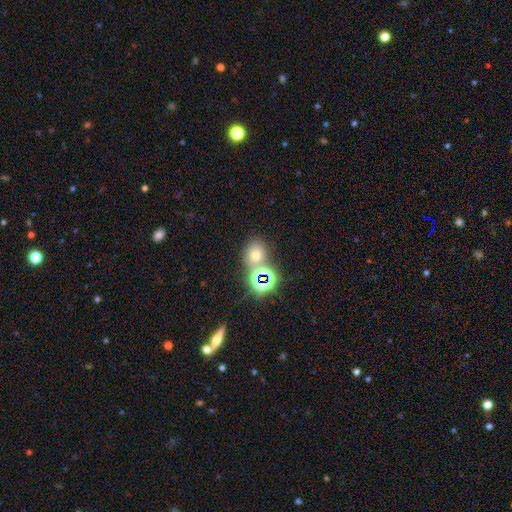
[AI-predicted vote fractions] A smooth galaxy with no disk features (57%) that is round (58%). Merging: none (62%).